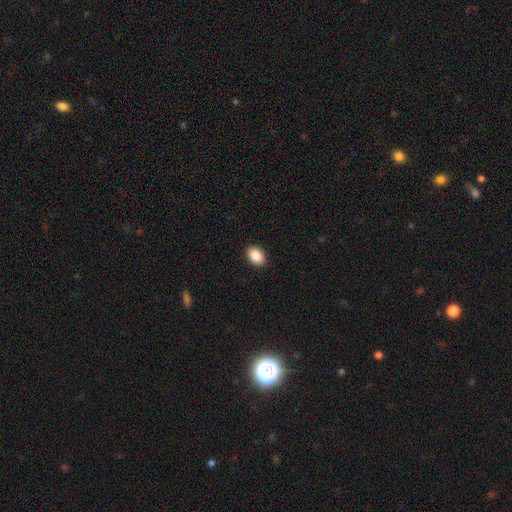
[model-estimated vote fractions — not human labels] This appears to be a smooth galaxy with no disk features (89%) that is in between round and cigar-shaped (82%). Merging: none (91%).